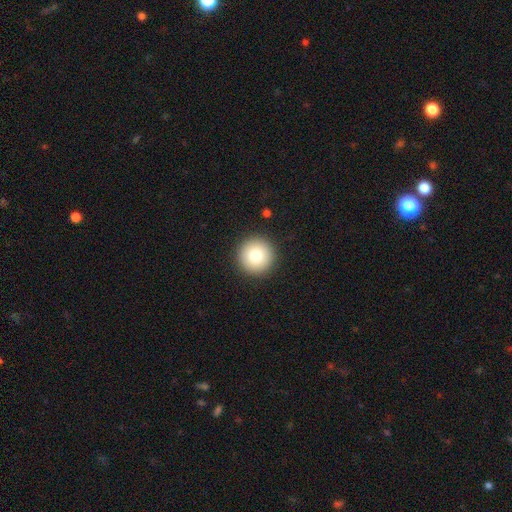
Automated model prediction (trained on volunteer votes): Overall: smooth (79%). How rounded: round (97%). Merging: none (93%).